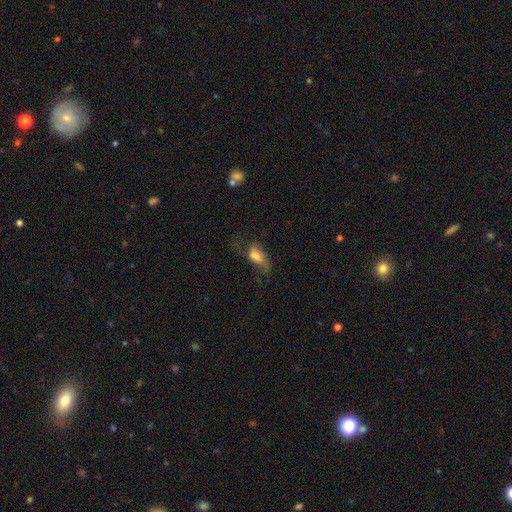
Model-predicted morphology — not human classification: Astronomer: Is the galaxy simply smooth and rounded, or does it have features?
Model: smooth — 57% (runner-up: featured or disk, 33%).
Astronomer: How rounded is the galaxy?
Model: in between — 82%.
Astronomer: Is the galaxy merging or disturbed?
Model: major disturbance — 37% (runner-up: none, 36%).